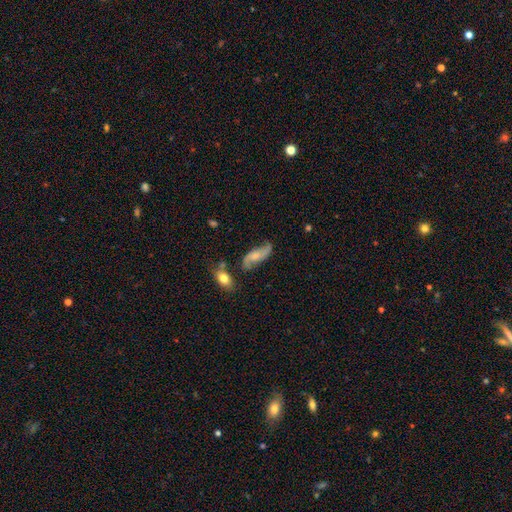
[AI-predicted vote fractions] Smooth or featured? featured or disk (69%)
Edge-on disk? no (92%)
Bar? no (59%)
Spiral arms? yes (92%)
Spiral winding? loose (77%)
Spiral arm count? 2 (90%)
Bulge size? small (45%)
Merging? none (60%)